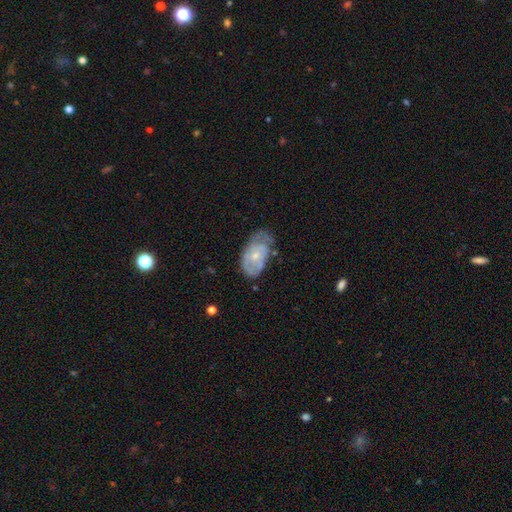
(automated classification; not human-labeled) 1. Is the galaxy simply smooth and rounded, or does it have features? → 60% featured or disk, 33% smooth, 6% star or artifact.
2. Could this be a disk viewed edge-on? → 94% no, 6% yes.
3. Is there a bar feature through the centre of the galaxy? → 76% no, 21% weak, 3% strong.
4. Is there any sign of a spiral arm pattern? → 65% yes, 35% no.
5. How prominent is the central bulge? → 55% small, 39% moderate, 3% none, 2% large, 1% dominant.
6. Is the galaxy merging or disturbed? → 45% none, 36% minor disturbance, 17% major disturbance, 2% merger.